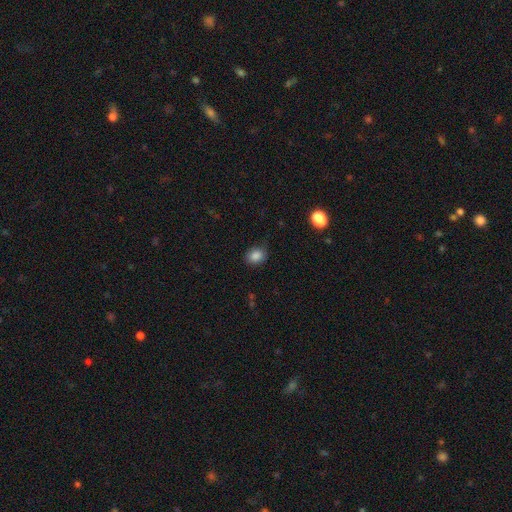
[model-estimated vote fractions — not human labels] Smooth or featured? Predicted: smooth (p=0.85). How rounded? Predicted: round (p=0.50). Merging? Predicted: none (p=0.81).